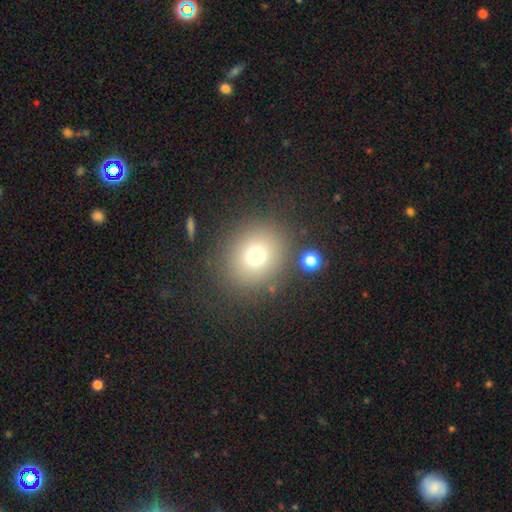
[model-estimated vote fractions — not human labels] smooth_or_featured: smooth (p=0.72) [alt: star or artifact p=0.16]
how_rounded: round (p=0.79) [alt: in between p=0.20]
merging: none (p=0.82) [alt: minor disturbance p=0.09]